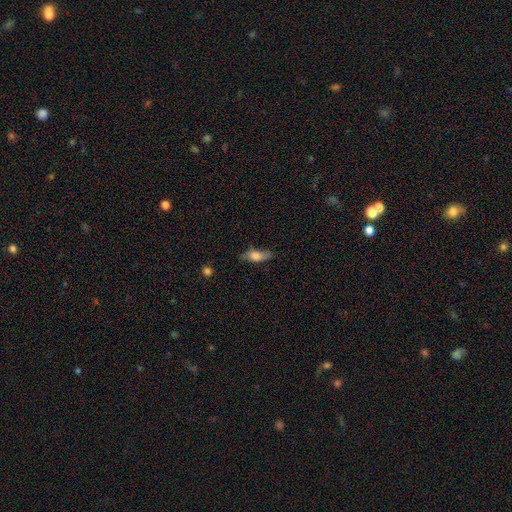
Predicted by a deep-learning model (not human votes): smooth-or-featured: smooth: 69% | featured or disk: 24% | star or artifact: 7%
  how-rounded: in between: 60% | cigar-shaped: 37% | round: 3%
  merging: none: 68% | minor disturbance: 24% | major disturbance: 6% | merger: 2%